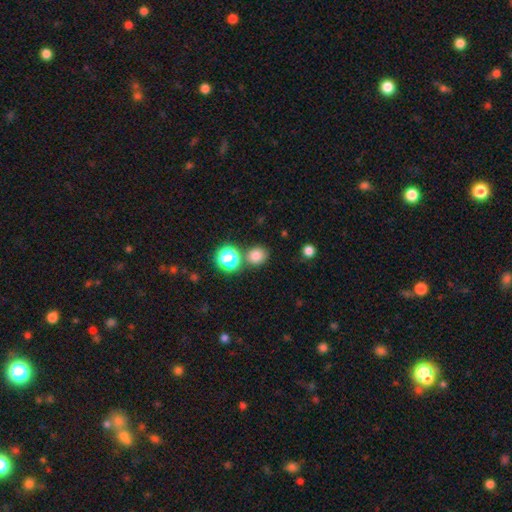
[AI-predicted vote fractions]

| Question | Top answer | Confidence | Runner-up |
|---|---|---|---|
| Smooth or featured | smooth | 77% | star or artifact (17%) |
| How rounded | round | 79% | in between (20%) |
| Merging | none | 76% | merger (12%) |